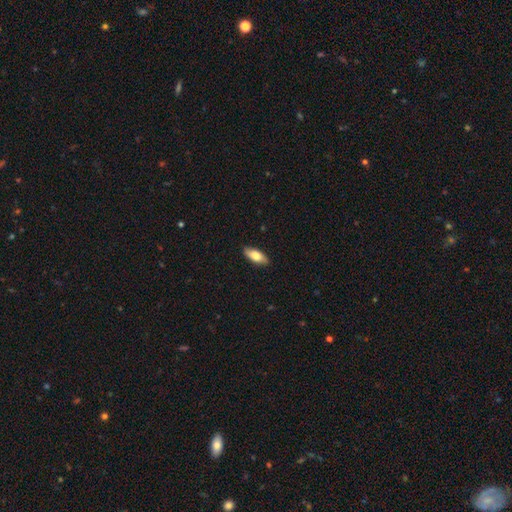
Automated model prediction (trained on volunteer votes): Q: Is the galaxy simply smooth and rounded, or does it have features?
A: smooth — 77%.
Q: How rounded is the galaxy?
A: in between — 82%.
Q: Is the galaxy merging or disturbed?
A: none — 87%.